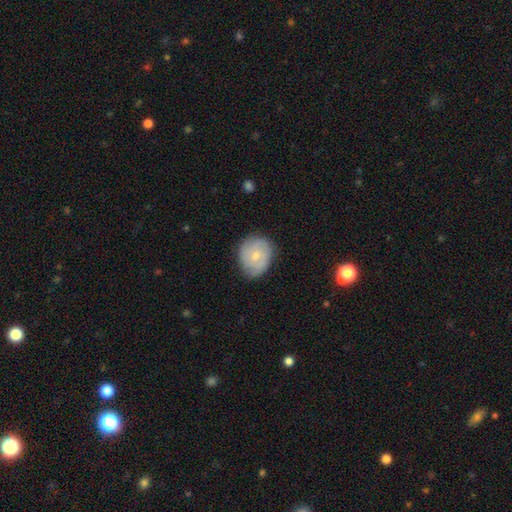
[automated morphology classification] smooth 53%, featured or disk 40%, star or artifact 7%. Down the decision tree: how rounded — round (69%); merging — none (70%).